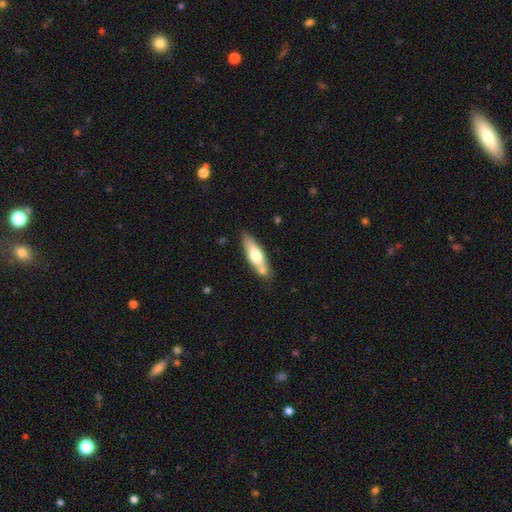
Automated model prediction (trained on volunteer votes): smooth_or_featured: smooth (p=0.60) [alt: featured or disk p=0.35]
how_rounded: cigar-shaped (p=0.60) [alt: in between p=0.38]
merging: none (p=0.69) [alt: minor disturbance p=0.16]